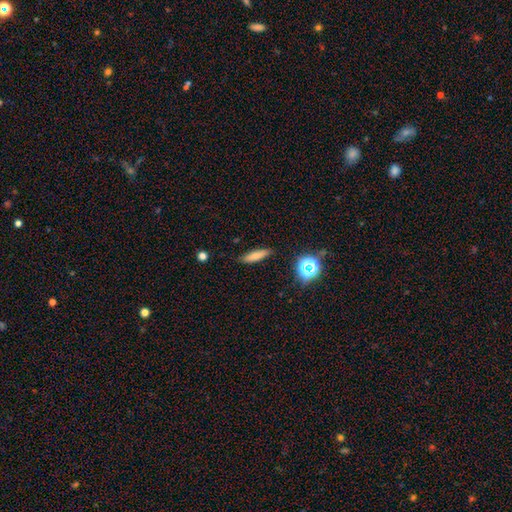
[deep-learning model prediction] The model was most divided on "how rounded": cigar-shaped: 70%, in between: 26%, round: 4%. More confident: merging — none (86%); smooth or featured — smooth (72%).